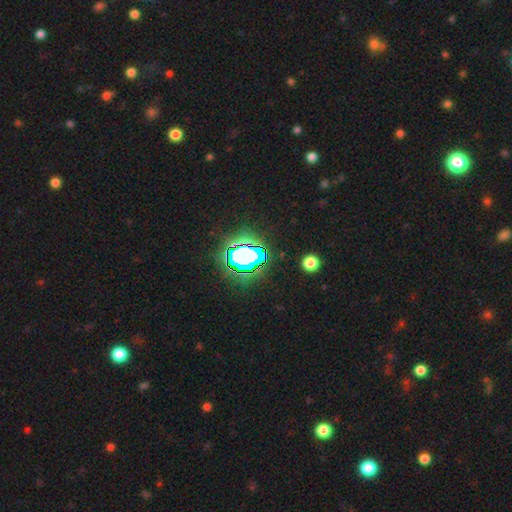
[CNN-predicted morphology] type=star or artifact (67%).